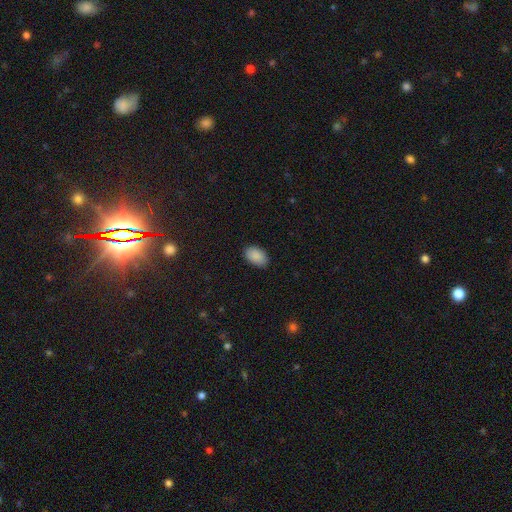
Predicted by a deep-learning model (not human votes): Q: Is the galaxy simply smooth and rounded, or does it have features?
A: smooth — 90%.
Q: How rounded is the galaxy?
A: in between — 92%.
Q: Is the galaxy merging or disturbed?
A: none — 86%.